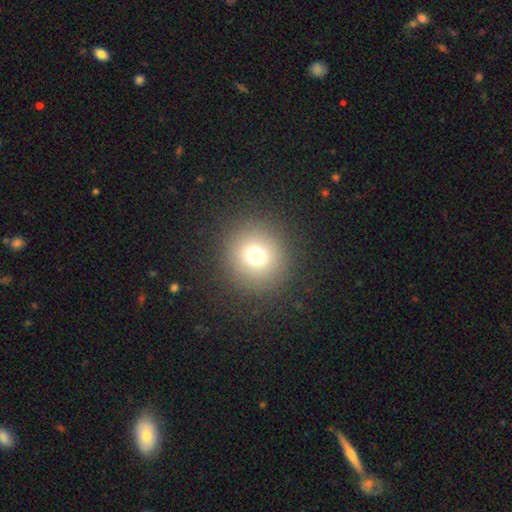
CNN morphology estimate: The model was most divided on "smooth or featured": smooth: 71%, star or artifact: 19%, featured or disk: 10%. More confident: how rounded — round (93%); merging — none (88%).